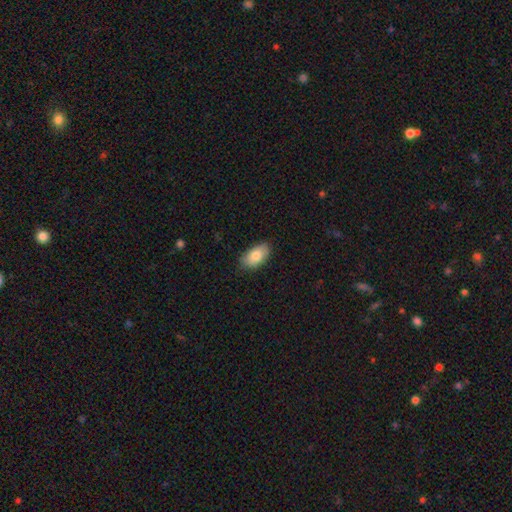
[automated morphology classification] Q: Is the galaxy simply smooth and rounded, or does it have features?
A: smooth — 82%.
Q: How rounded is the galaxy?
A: in between — 94%.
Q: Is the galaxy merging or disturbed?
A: none — 82%.